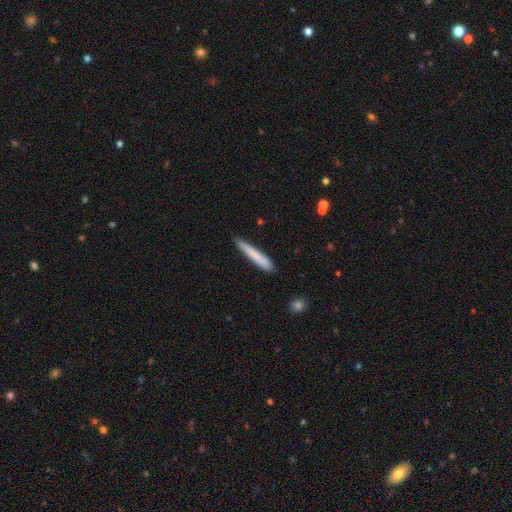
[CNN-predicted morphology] smooth-or-featured: smooth: 77% | featured or disk: 17% | star or artifact: 6%
  how-rounded: cigar-shaped: 96% | in between: 3% | round: 1%
  merging: none: 84% | minor disturbance: 13% | major disturbance: 2% | merger: 2%